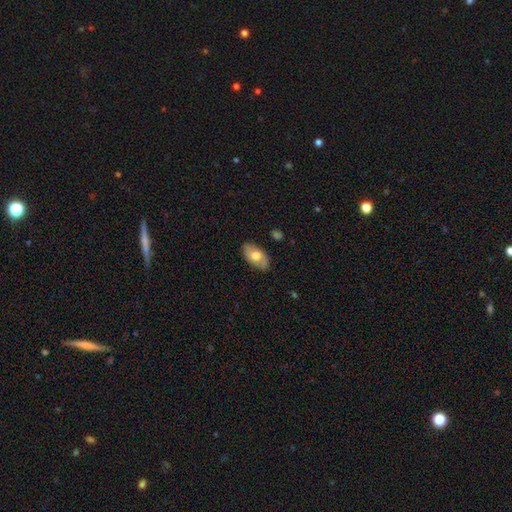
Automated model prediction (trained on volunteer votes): Smooth or featured? smooth (60%)
How rounded? in between (93%)
Merging? none (84%)